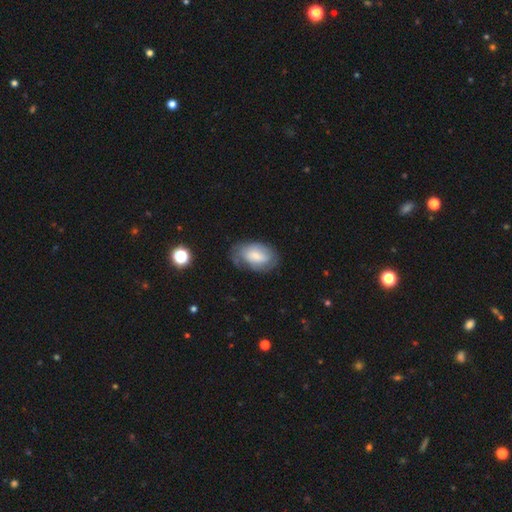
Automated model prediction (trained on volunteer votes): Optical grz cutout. It shows a smooth galaxy with no disk features (60%) that is in between round and cigar-shaped (91%). Merging: none (61%).